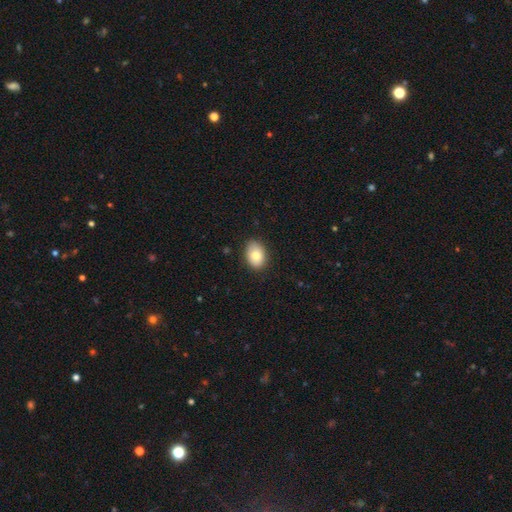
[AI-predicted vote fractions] The model was most divided on "how rounded": in between: 76%, round: 23%, cigar-shaped: 1%. More confident: merging — none (85%); smooth or featured — smooth (78%).